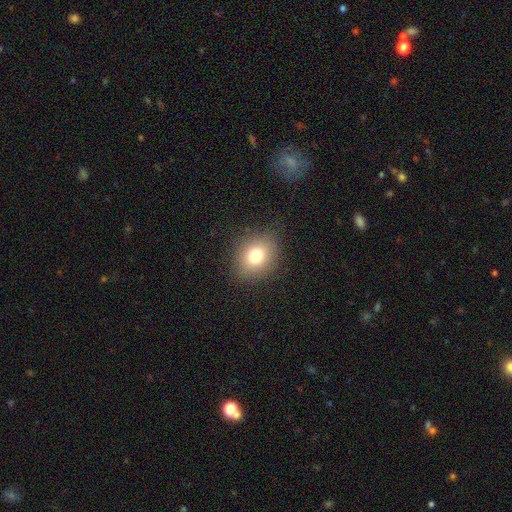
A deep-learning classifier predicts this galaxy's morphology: Q: Smooth or featured?
A: smooth (78%); runner-up: star or artifact (12%)
Q: How rounded?
A: round (55%); runner-up: in between (44%)
Q: Merging?
A: none (84%); runner-up: minor disturbance (11%)